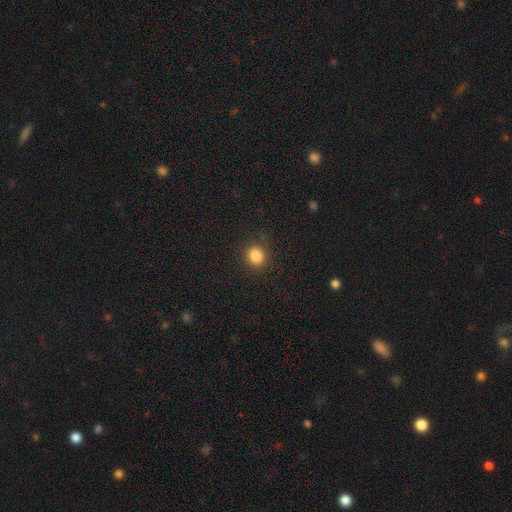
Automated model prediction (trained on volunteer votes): Smooth or featured?
  - smooth: 84% *
  - star or artifact: 11%
  - featured or disk: 5%
How rounded?
  - round: 77% *
  - in between: 22%
  - cigar-shaped: 1%
Merging?
  - none: 87% *
  - minor disturbance: 9%
  - major disturbance: 3%
  - merger: 1%